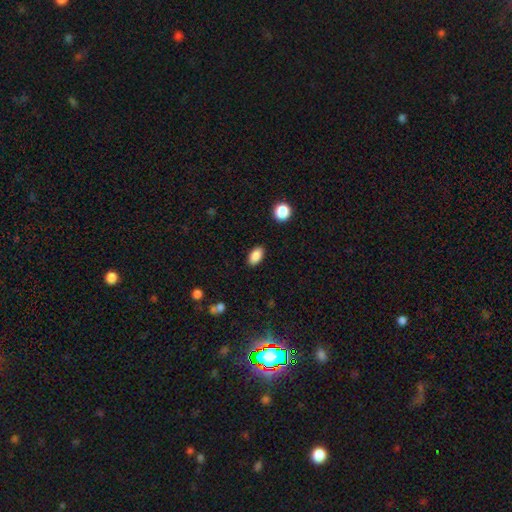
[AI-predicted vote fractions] This is clearly a smooth galaxy (88%). How rounded: clearly in between (91%). Merging: clearly none (88%).